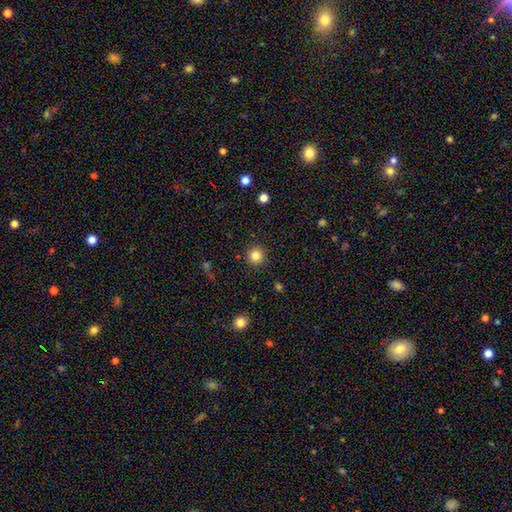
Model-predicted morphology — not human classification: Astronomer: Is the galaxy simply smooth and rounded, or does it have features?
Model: smooth — 83%.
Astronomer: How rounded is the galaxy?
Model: round — 95%.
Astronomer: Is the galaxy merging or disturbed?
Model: none — 91%.